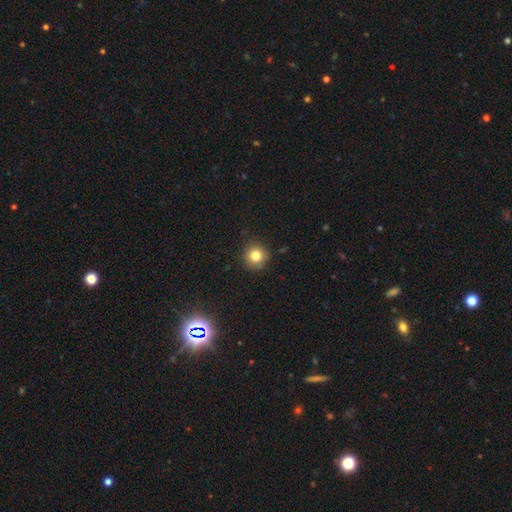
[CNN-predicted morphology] Overall: smooth (80%). How rounded: round (94%). Merging: none (89%).